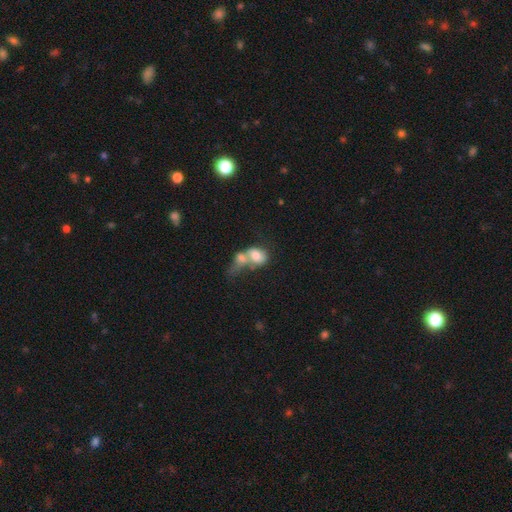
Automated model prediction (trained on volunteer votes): Smooth or featured? smooth (67%)
How rounded? in between (57%)
Merging? merger (75%)